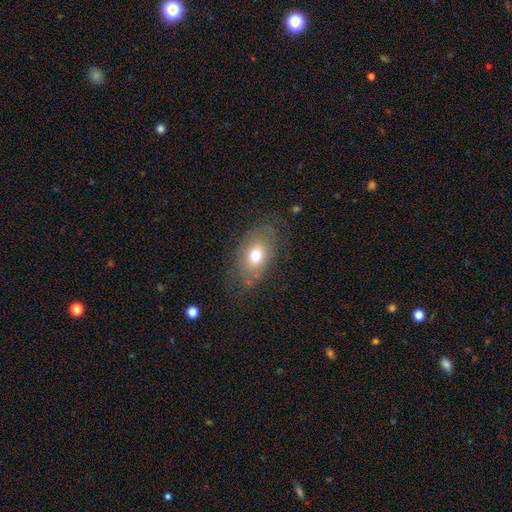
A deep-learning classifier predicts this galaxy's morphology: smooth 54%, featured or disk 35%, star or artifact 11%. Down the decision tree: how rounded — in between (84%); merging — none (70%).